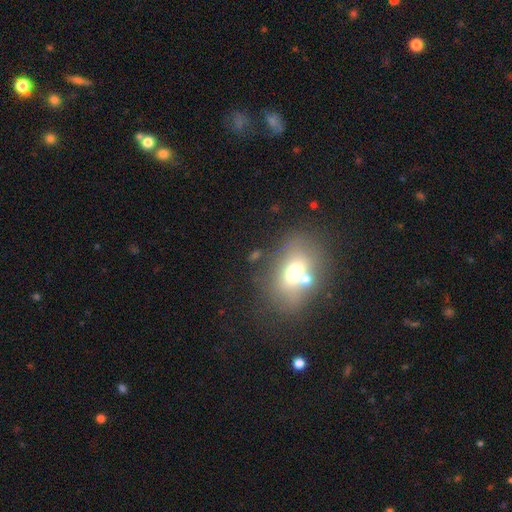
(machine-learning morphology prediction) Overall: smooth (59%; featured or disk 24%). How rounded: in between (65%; round 32%). Merging: none (57%; merger 23%).